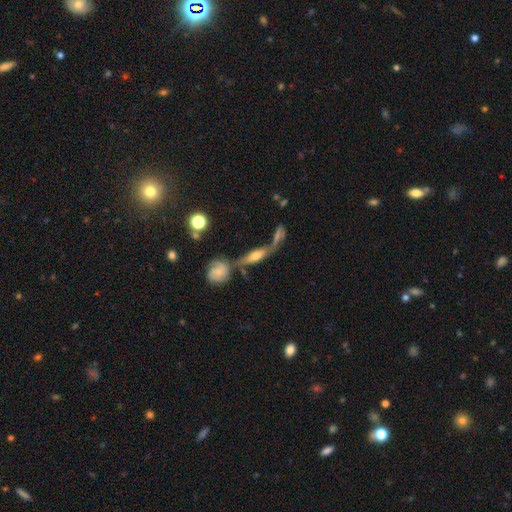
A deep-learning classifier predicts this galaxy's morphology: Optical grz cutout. It shows a featured or disk galaxy (61%) viewed edge-on (76%). Merging: none (47%).